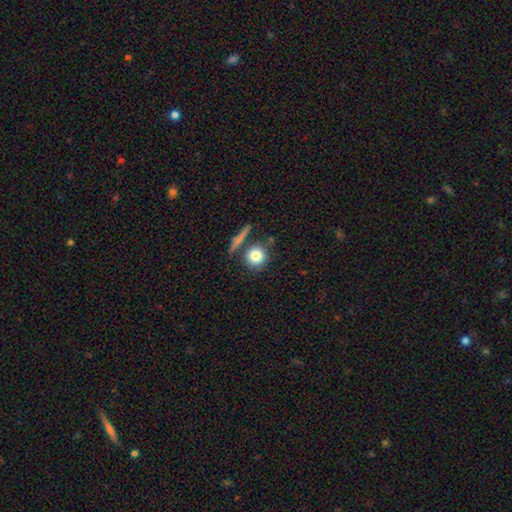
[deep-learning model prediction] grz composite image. It shows a smooth galaxy with no disk features (80%) that is round (90%). Merging: none (73%).